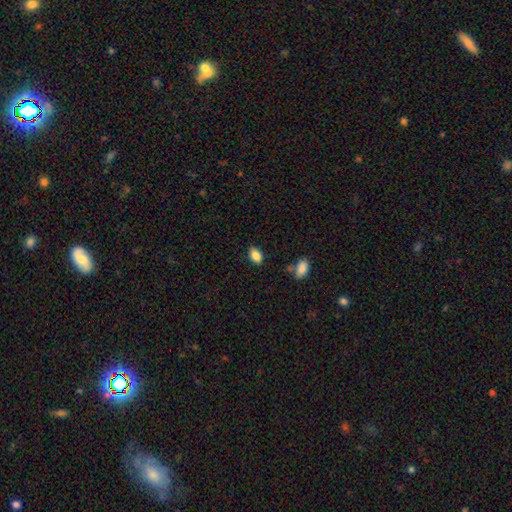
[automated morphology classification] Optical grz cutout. It shows a smooth galaxy with no disk features (84%) that is in between round and cigar-shaped (88%). Merging: none (79%).